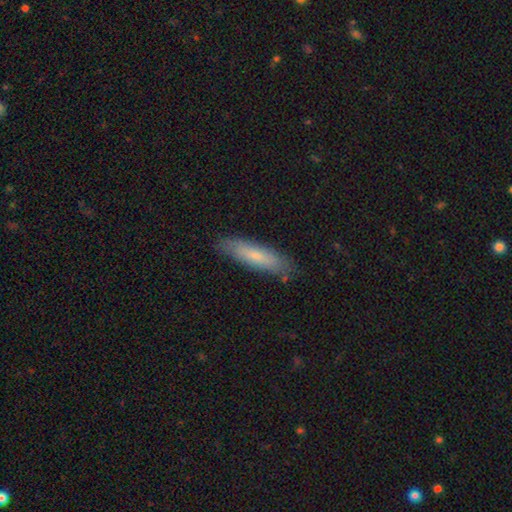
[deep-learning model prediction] smooth-or-featured: smooth: 70% | featured or disk: 24% | star or artifact: 6%
  how-rounded: cigar-shaped: 73% | in between: 25% | round: 1%
  merging: none: 83% | minor disturbance: 13% | major disturbance: 3% | merger: 1%